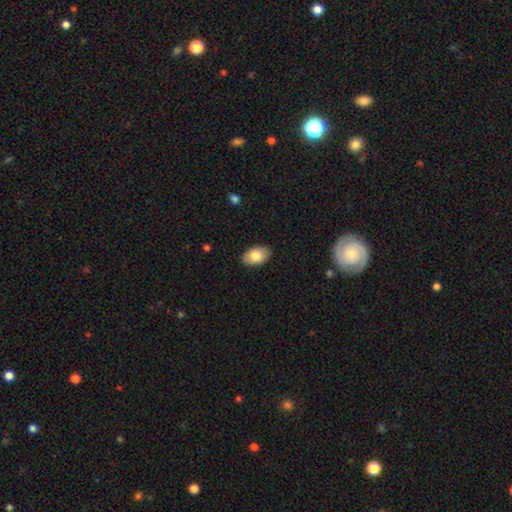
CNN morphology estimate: This appears to be a smooth galaxy with no disk features (79%) that is in between round and cigar-shaped (92%). Merging: none (87%).